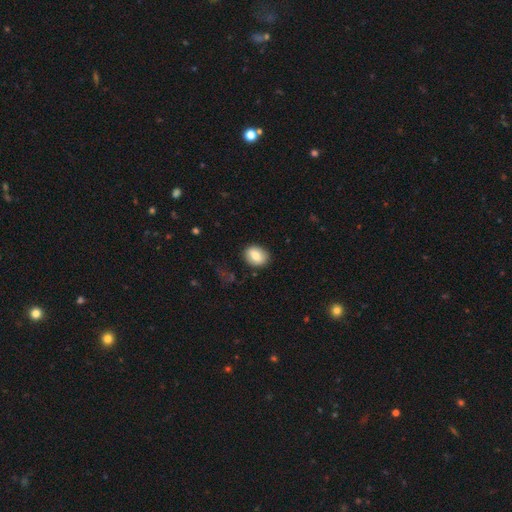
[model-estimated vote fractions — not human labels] A smooth galaxy with no disk features (79%) that is in between round and cigar-shaped (56%). Merging: none (85%).